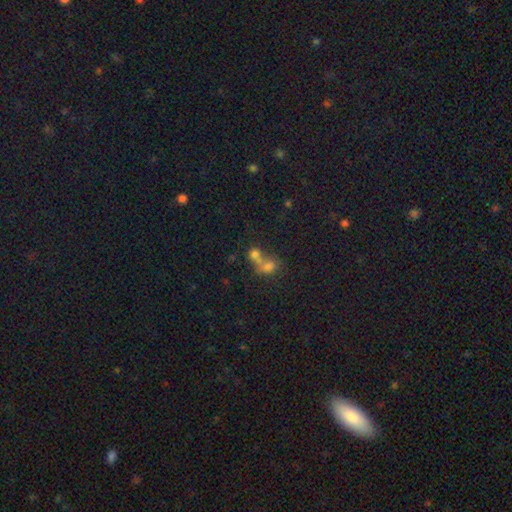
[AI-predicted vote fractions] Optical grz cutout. It shows a smooth galaxy with no disk features (63%) that is round (63%). Merging: merger (65%).